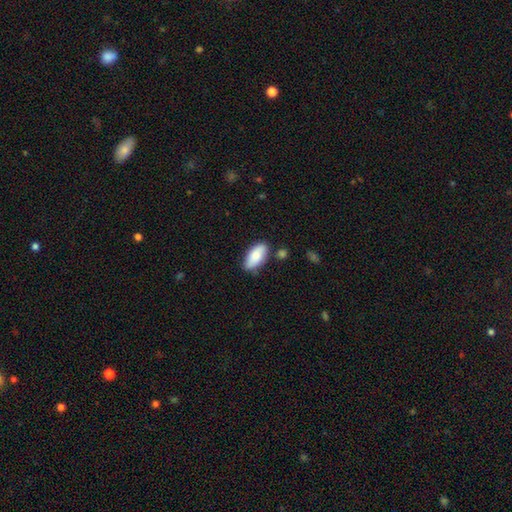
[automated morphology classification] This appears to be a smooth galaxy with no disk features (80%) that is in between round and cigar-shaped (89%). Merging: none (76%).